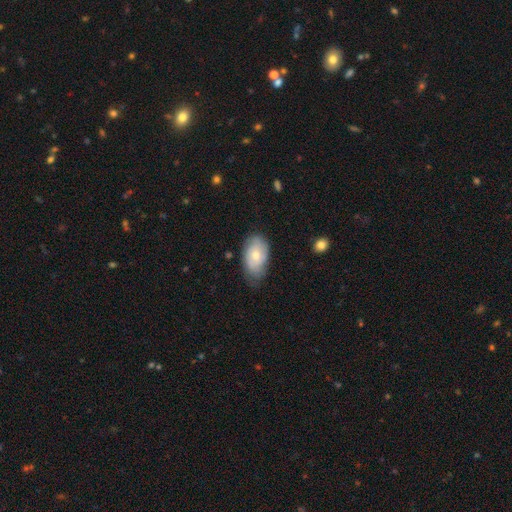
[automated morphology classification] Smooth or featured: smooth — 59% (featured or disk — 35%)
How rounded: in between — 91% (round — 8%)
Merging: none — 58% (minor disturbance — 32%)